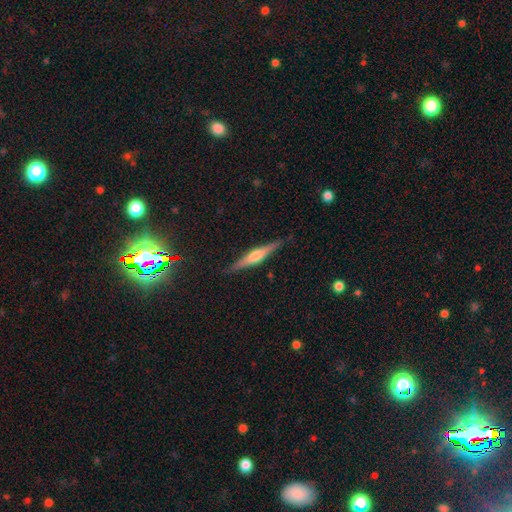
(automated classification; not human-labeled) smooth_or_featured: featured or disk (p=0.69) [alt: smooth p=0.24]
disk_edge_on: yes (p=0.98) [alt: no p=0.02]
edge_on_bulge: rounded (p=0.78) [alt: boxy p=0.15]
merging: none (p=0.89) [alt: minor disturbance p=0.08]